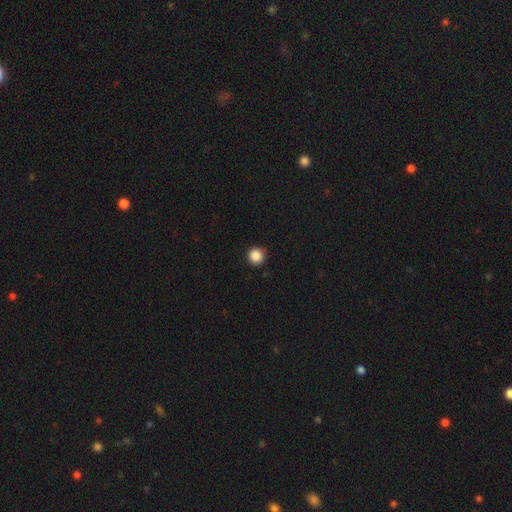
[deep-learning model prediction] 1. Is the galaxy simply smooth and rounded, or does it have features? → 88% smooth, 10% star or artifact, 2% featured or disk.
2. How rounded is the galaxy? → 96% round, 3% in between, 1% cigar-shaped.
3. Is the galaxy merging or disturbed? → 92% none, 6% minor disturbance, 2% major disturbance, 1% merger.